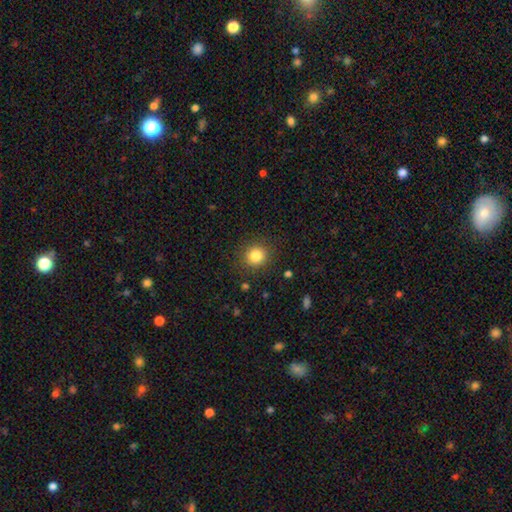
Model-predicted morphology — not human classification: Smooth or featured? smooth (83%)
How rounded? round (88%)
Merging? none (89%)